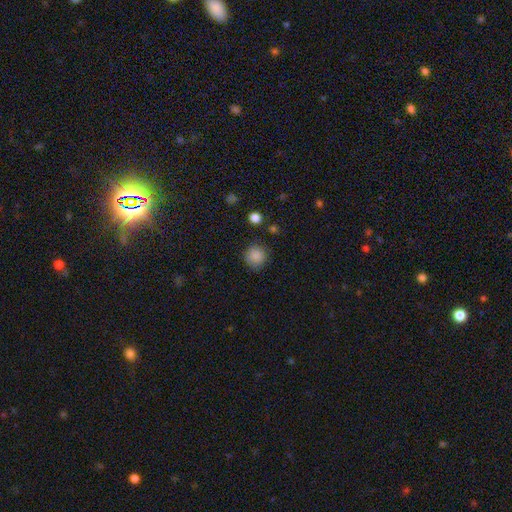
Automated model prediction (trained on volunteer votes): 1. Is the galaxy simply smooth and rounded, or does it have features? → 86% smooth, 10% star or artifact, 4% featured or disk.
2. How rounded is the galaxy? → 92% round, 7% in between, 1% cigar-shaped.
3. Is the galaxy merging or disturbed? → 85% none, 10% minor disturbance, 3% major disturbance, 2% merger.